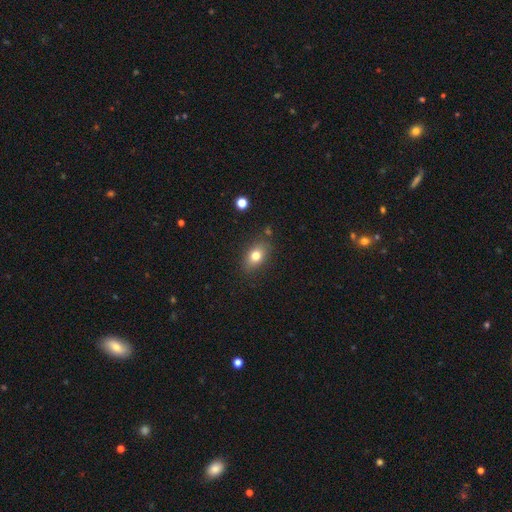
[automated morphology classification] Q: Smooth or featured?
A: smooth (77%); runner-up: featured or disk (13%)
Q: How rounded?
A: in between (80%); runner-up: round (18%)
Q: Merging?
A: none (81%); runner-up: minor disturbance (13%)